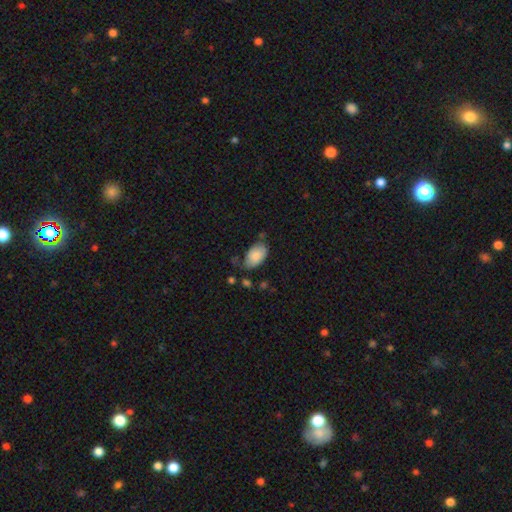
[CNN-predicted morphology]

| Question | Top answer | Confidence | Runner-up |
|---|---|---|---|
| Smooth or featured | smooth | 84% | featured or disk (9%) |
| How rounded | in between | 92% | round (6%) |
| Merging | none | 56% | minor disturbance (31%) |